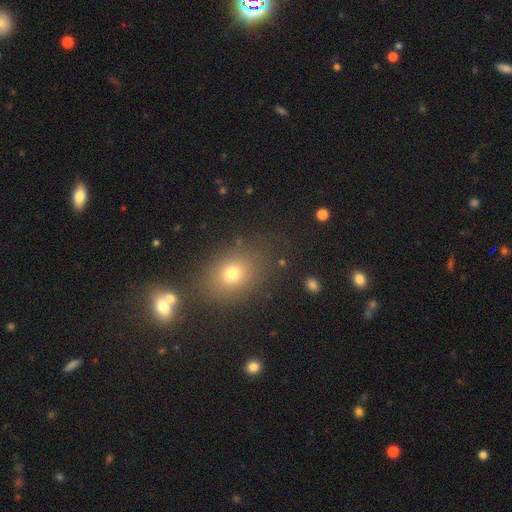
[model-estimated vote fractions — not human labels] Smooth or featured? Predicted: smooth (p=0.62). How rounded? Predicted: in between (p=0.51). Merging? Predicted: none (p=0.79).